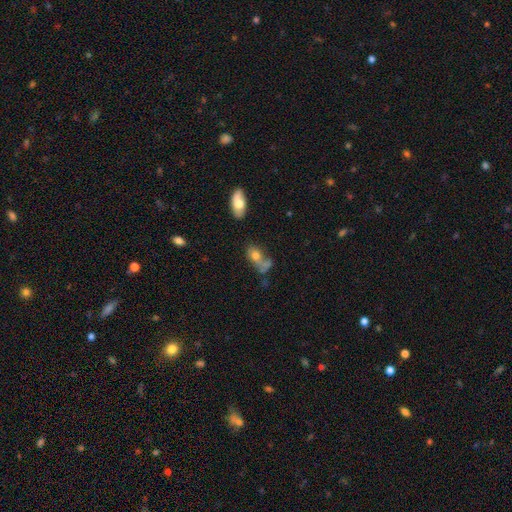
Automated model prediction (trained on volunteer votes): A smooth galaxy with no disk features (64%) that is in between round and cigar-shaped (75%).

Vote fractions:
- Smooth or featured? smooth: 64% / featured or disk: 25% / star or artifact: 11%
- How rounded? in between: 75% / round: 20% / cigar-shaped: 5%
- Merging? merger: 32% / none: 27% / major disturbance: 25% / minor disturbance: 16%